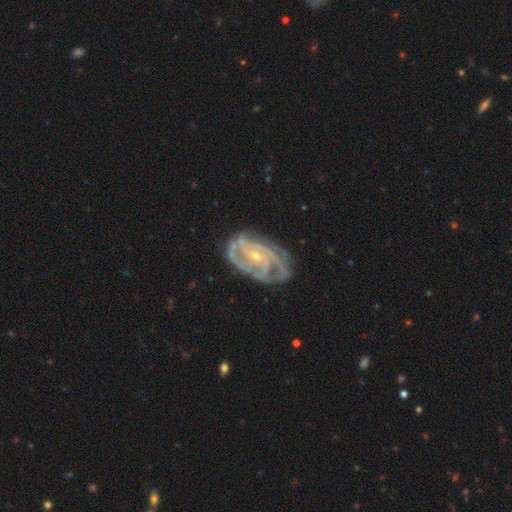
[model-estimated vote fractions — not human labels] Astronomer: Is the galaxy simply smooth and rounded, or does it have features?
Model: featured or disk — 88%.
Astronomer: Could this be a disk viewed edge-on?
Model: no — 97%.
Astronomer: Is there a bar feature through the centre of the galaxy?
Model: no — 57%.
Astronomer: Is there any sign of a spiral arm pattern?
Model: yes — 96%.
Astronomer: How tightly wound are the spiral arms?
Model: tight — 60%.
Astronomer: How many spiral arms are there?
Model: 3 — 28% (runner-up: 2, 27%).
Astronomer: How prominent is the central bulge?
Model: small — 73%.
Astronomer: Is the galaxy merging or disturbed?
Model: none — 69%.